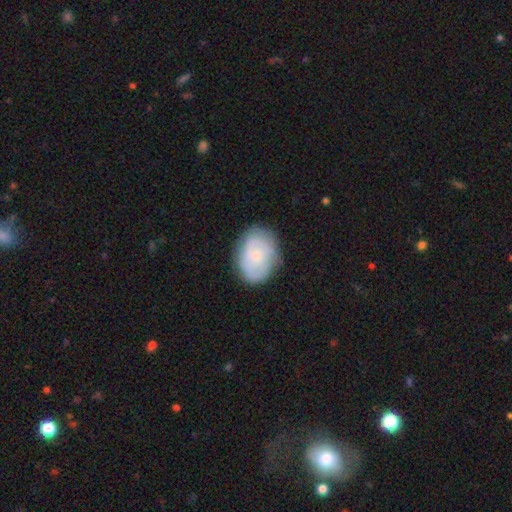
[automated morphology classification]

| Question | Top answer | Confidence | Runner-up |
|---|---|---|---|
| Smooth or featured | smooth | 49% | featured or disk (44%) |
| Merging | none | 77% | minor disturbance (17%) |